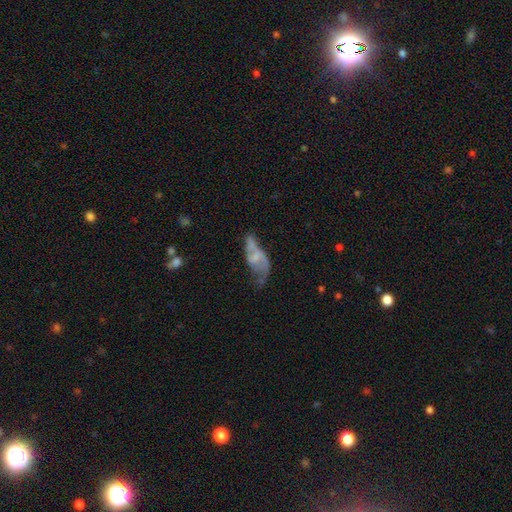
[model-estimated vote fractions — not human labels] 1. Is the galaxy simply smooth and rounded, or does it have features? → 59% featured or disk, 31% smooth, 10% star or artifact.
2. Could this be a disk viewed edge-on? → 92% no, 8% yes.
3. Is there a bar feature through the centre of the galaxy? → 55% no, 34% weak, 11% strong.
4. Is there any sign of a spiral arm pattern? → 56% yes, 44% no.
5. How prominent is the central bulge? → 43% none, 38% small, 15% moderate, 2% large, 1% dominant.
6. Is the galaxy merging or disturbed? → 37% major disturbance, 28% none, 25% minor disturbance, 10% merger.